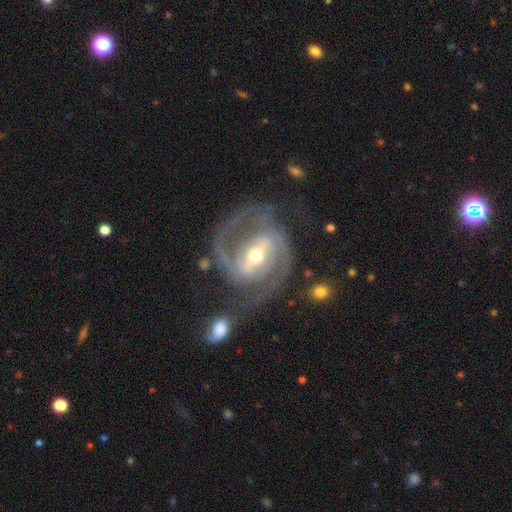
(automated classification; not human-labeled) A featured or disk galaxy (91%) with a strong bar (56%), 2 (87%) medium (49%) spiral arms (97%) and a moderate central bulge (61%). Merging: none (70%).